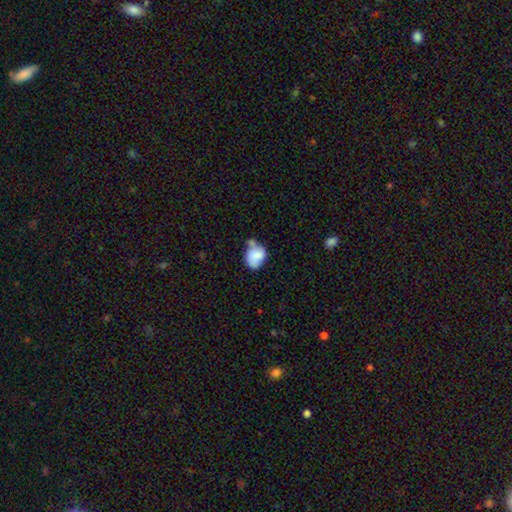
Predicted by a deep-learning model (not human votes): This appears to be a smooth galaxy with no disk features (69%) that is in between round and cigar-shaped (60%). Merging: minor disturbance (32%).